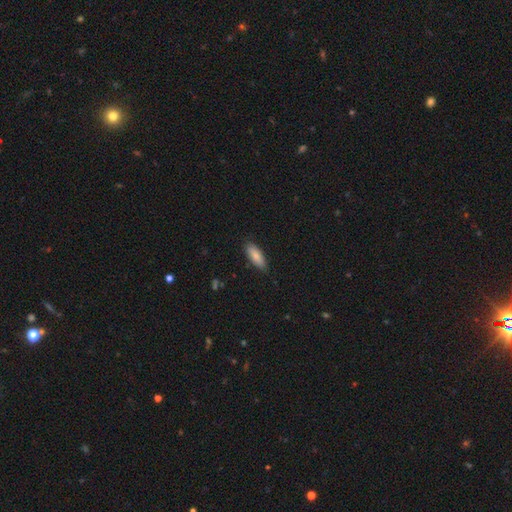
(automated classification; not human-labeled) This appears to be a smooth galaxy with no disk features (84%) that is in between round and cigar-shaped (67%). Merging: none (84%).